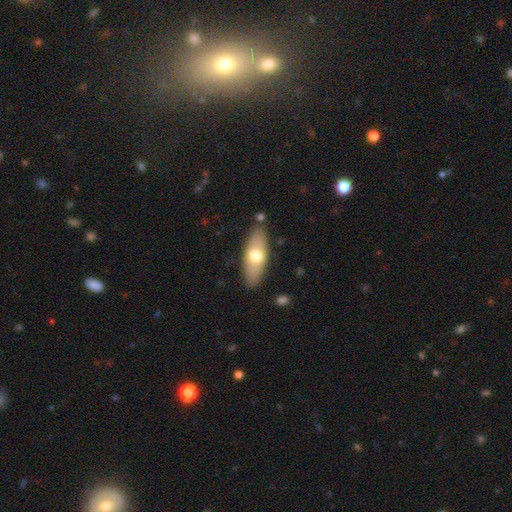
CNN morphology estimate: smooth-or-featured: smooth: 62% | featured or disk: 33% | star or artifact: 6%
  how-rounded: in between: 68% | cigar-shaped: 30% | round: 3%
  merging: none: 83% | minor disturbance: 11% | merger: 3% | major disturbance: 3%